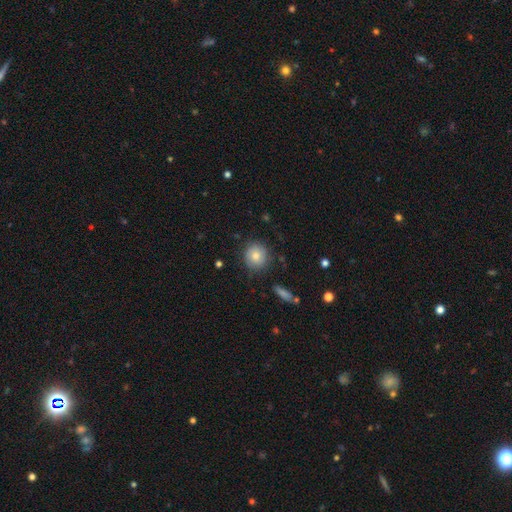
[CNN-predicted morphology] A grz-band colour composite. It shows a smooth galaxy with no disk features (75%) that is round (89%). Merging: none (82%).